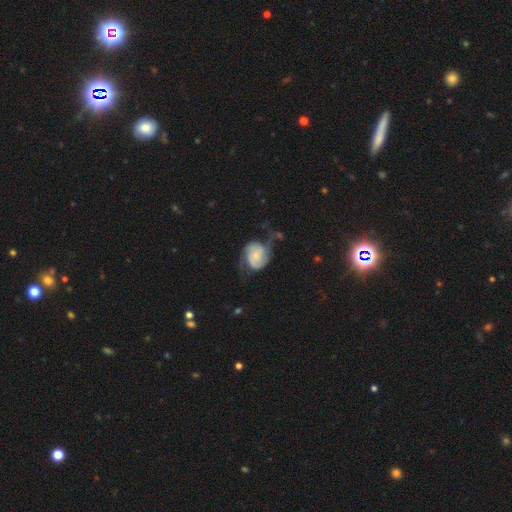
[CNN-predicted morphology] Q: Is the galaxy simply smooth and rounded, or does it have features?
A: featured or disk — 63%.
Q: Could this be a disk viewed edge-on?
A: no — 97%.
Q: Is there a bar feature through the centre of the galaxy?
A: no — 64%.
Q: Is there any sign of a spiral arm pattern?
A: yes — 88%.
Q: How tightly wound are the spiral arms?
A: medium — 41%.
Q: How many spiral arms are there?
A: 2 — 82%.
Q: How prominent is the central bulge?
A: small — 58%.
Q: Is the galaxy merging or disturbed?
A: none — 42%.